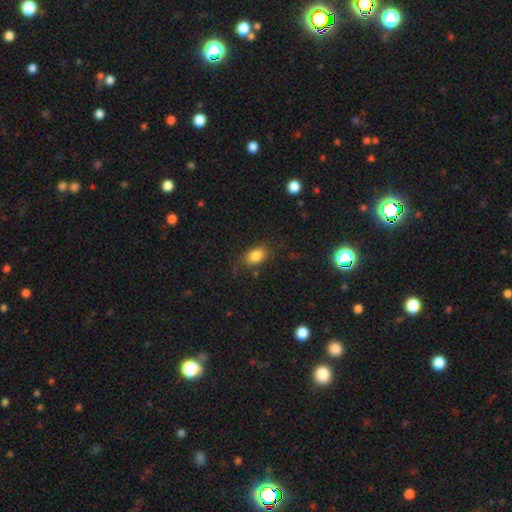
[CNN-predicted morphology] type=smooth (84%); roundness=in between (85%); merging=none (78%).